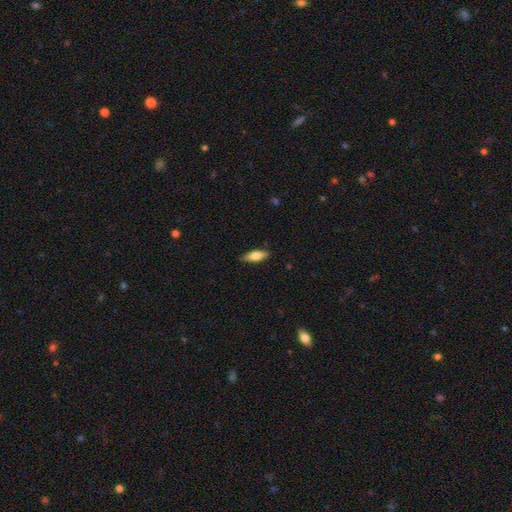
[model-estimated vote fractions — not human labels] Morphology: type=smooth (63%); roundness=in between (56%); merging=none (85%).